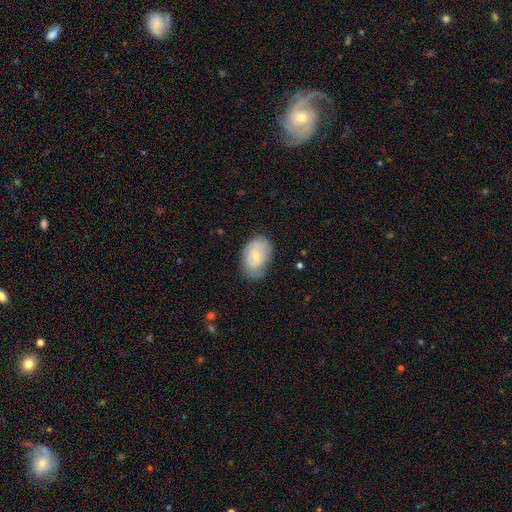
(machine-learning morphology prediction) Smooth or featured? smooth (54%)
How rounded? in between (84%)
Merging? none (63%)